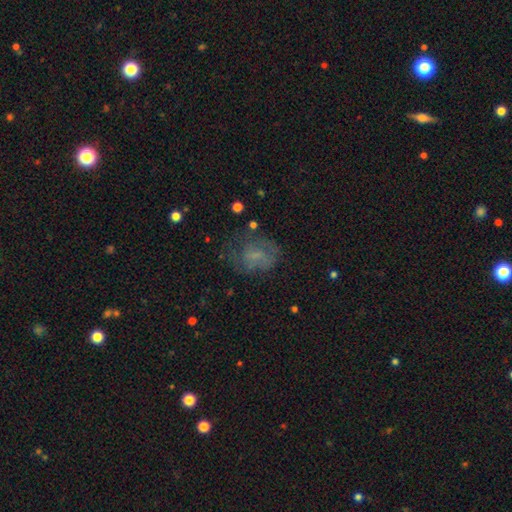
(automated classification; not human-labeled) A smooth galaxy with no disk features (46%).

Vote fractions:
- Smooth or featured? smooth: 46% / featured or disk: 38% / star or artifact: 16%
- Merging? none: 50% / minor disturbance: 24% / major disturbance: 24% / merger: 2%